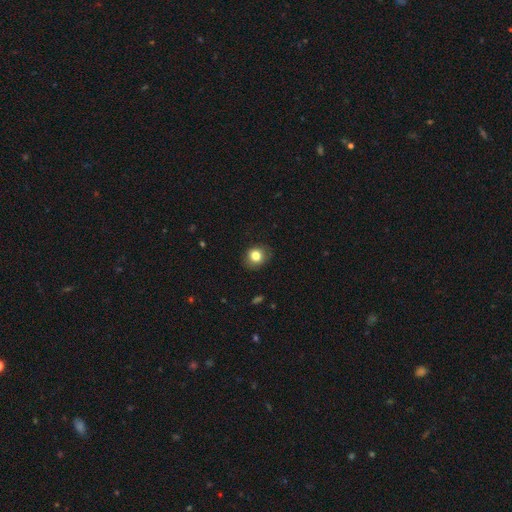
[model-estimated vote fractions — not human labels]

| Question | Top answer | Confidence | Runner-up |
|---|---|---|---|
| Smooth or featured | smooth | 82% | star or artifact (10%) |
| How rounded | round | 74% | in between (25%) |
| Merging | none | 85% | minor disturbance (12%) |